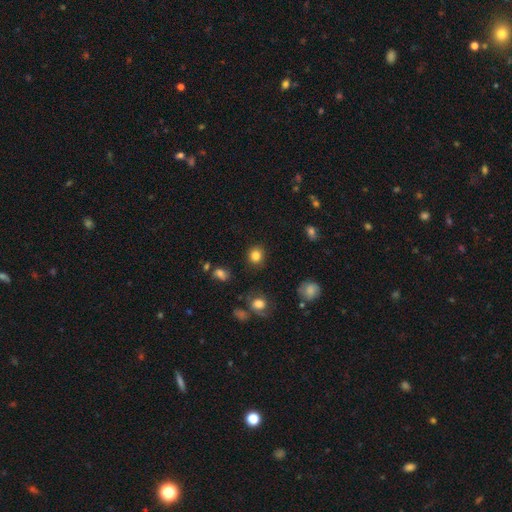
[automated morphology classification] Smooth or featured? Predicted: smooth (p=0.83). How rounded? Predicted: round (p=0.81). Merging? Predicted: none (p=0.88).